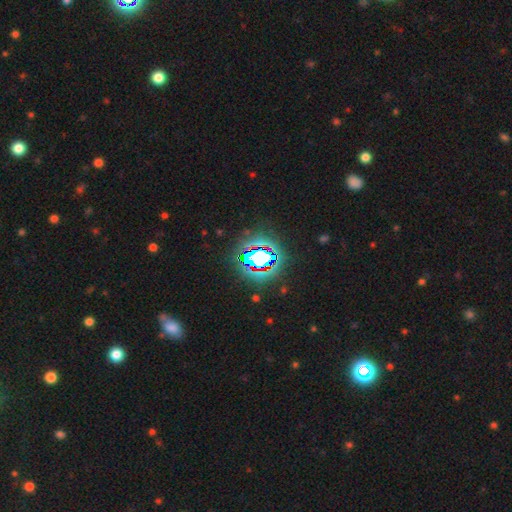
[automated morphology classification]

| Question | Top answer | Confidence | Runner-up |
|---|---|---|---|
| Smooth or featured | star or artifact | 81% | smooth (11%) |